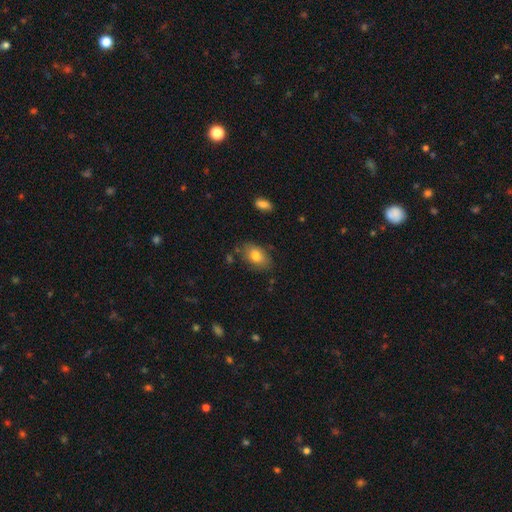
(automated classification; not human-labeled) The model was most divided on "merging": none: 76%, minor disturbance: 17%, major disturbance: 4%, merger: 3%. More confident: how rounded — in between (87%); smooth or featured — smooth (78%).